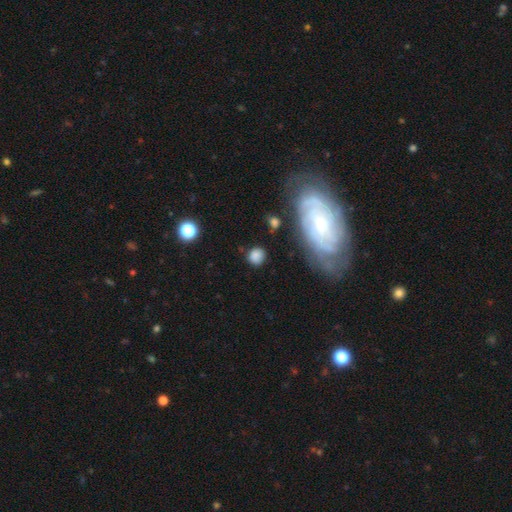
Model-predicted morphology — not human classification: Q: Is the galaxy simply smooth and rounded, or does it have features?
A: smooth — 76%.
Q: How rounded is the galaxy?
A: round — 80%.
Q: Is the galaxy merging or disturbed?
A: none — 77%.